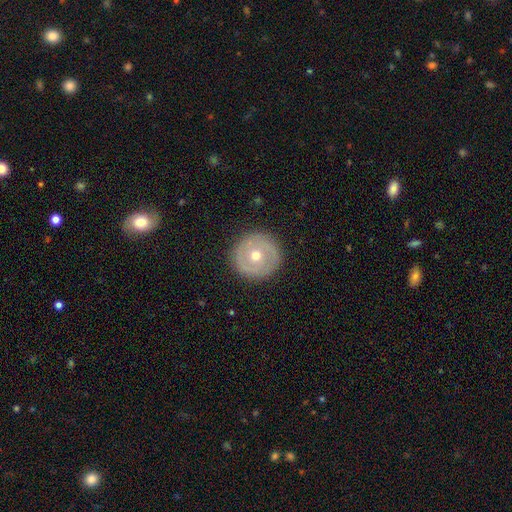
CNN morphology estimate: A featured or disk galaxy (53%) with no bar (83%), no spiral arms (67%) and a moderate central bulge (73%).

Vote fractions:
- Smooth or featured? featured or disk: 53% / smooth: 40% / star or artifact: 7%
- Edge-on disk? no: 95% / yes: 5%
- Bar? no: 83% / weak: 13% / strong: 4%
- Spiral arms? no: 67% / yes: 33%
- Bulge size? moderate: 73% / small: 22% / large: 3% / dominant: 1% / none: 1%
- Merging? none: 89% / minor disturbance: 8% / major disturbance: 3% / merger: 1%